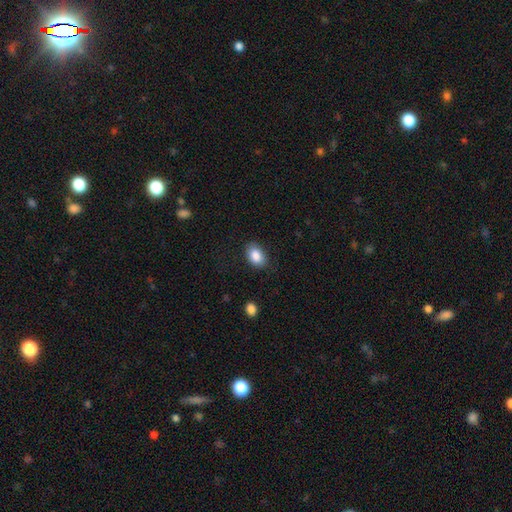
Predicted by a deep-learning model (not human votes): Morphology: type=smooth (87%); roundness=in between (84%); merging=none (83%).